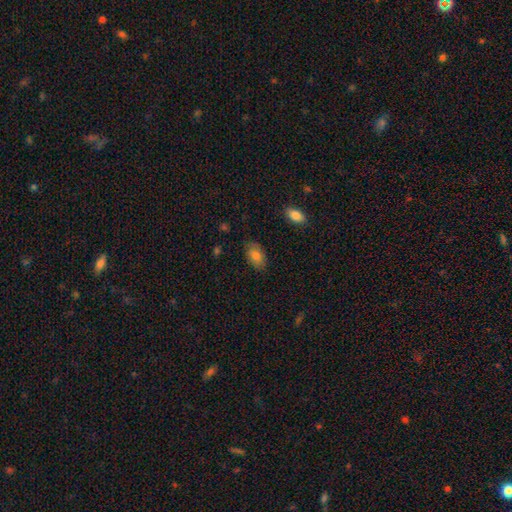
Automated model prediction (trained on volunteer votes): This appears to be a smooth galaxy with no disk features (79%) that is in between round and cigar-shaped (91%). Merging: none (81%).